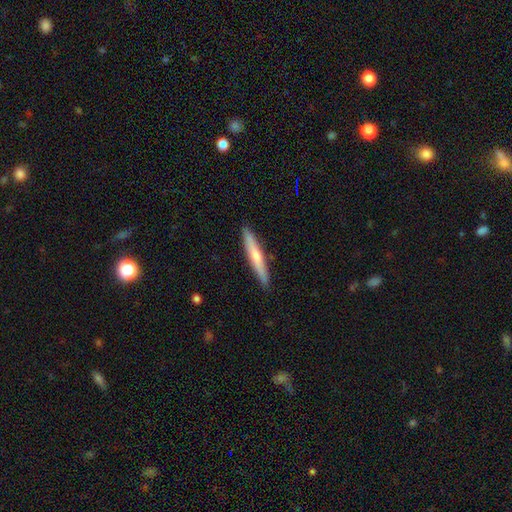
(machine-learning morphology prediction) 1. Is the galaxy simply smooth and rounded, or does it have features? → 58% smooth, 37% featured or disk, 5% star or artifact.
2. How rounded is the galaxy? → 94% cigar-shaped, 4% in between, 1% round.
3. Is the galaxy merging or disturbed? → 90% none, 7% minor disturbance, 1% major disturbance, 1% merger.